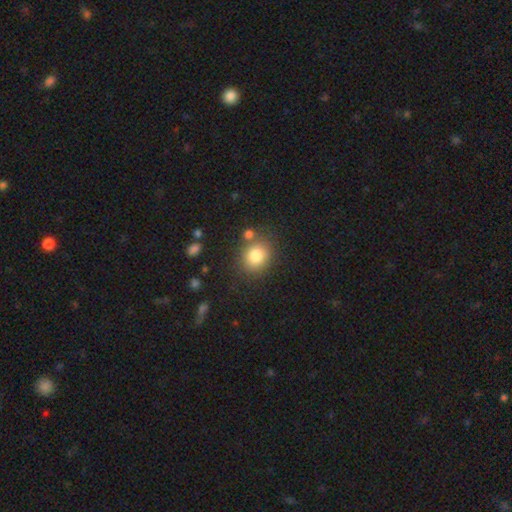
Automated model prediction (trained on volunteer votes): smooth_or_featured: smooth (p=0.82) [alt: star or artifact p=0.10]
how_rounded: round (p=0.68) [alt: in between p=0.31]
merging: none (p=0.75) [alt: minor disturbance p=0.12]